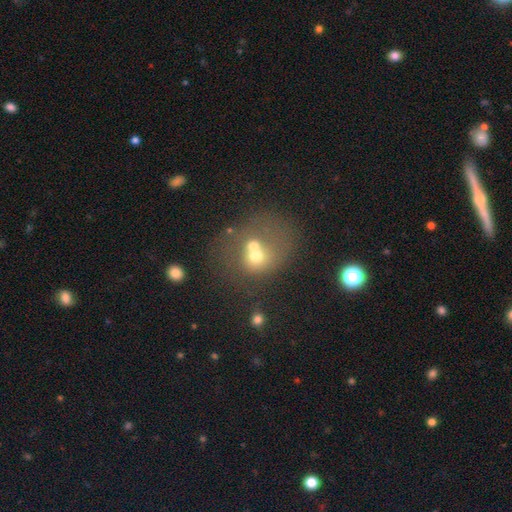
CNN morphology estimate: A smooth galaxy with no disk features (53%) that is round (65%). Merging: merger (59%).